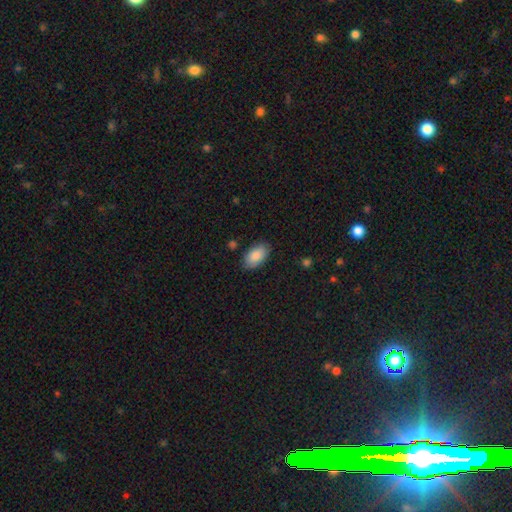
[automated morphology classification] Q: Smooth or featured?
A: smooth (87%); runner-up: featured or disk (7%)
Q: How rounded?
A: in between (94%); runner-up: round (4%)
Q: Merging?
A: none (84%); runner-up: minor disturbance (12%)